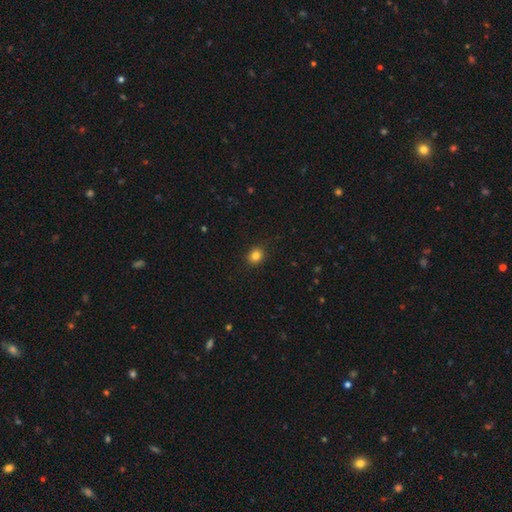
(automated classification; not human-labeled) Smooth or featured? smooth (83%)
How rounded? round (65%)
Merging? none (89%)